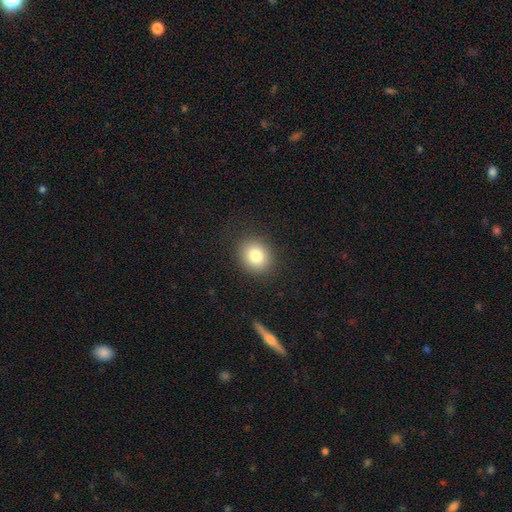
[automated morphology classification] smooth-or-featured: smooth: 82% | star or artifact: 10% | featured or disk: 8%
  how-rounded: round: 69% | in between: 30% | cigar-shaped: 1%
  merging: none: 88% | minor disturbance: 8% | major disturbance: 3% | merger: 1%